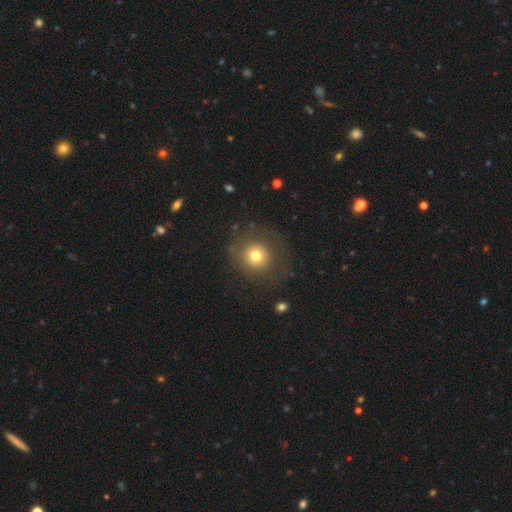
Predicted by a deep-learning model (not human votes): This appears to be a smooth galaxy with no disk features (73%) that is round (90%). Merging: none (79%).